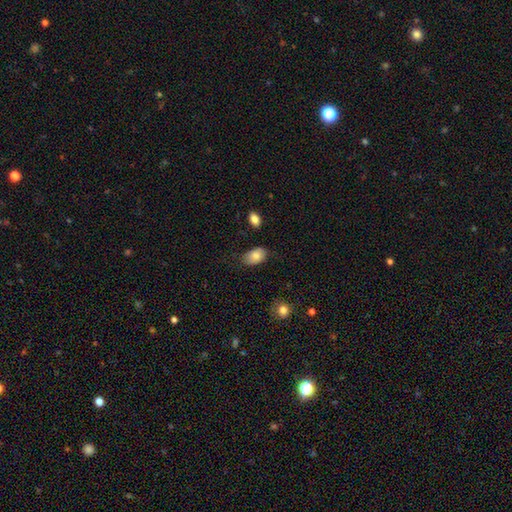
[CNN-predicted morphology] type=smooth (81%); roundness=in between (91%); merging=none (74%).